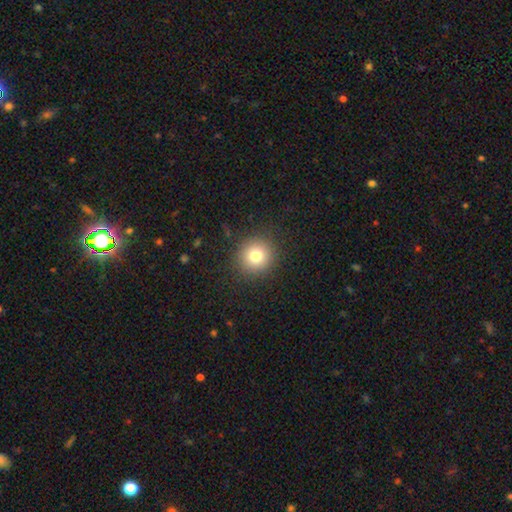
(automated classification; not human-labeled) A smooth galaxy with no disk features (78%) that is round (92%).

Vote fractions:
- Smooth or featured? smooth: 78% / star or artifact: 13% / featured or disk: 10%
- How rounded? round: 92% / in between: 7% / cigar-shaped: 1%
- Merging? none: 90% / minor disturbance: 6% / major disturbance: 3% / merger: 1%